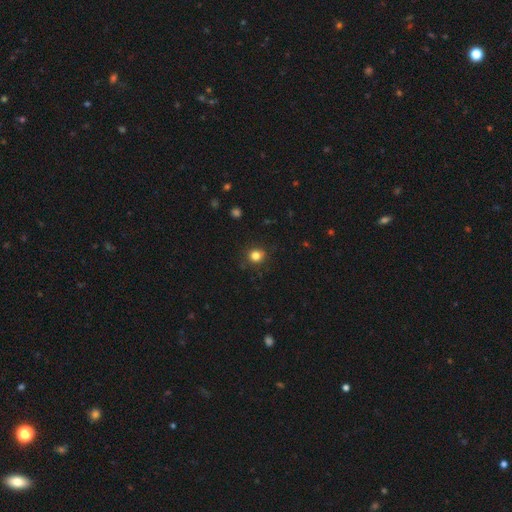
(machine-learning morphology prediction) Overall: smooth (82%). How rounded: round (84%). Merging: none (86%).